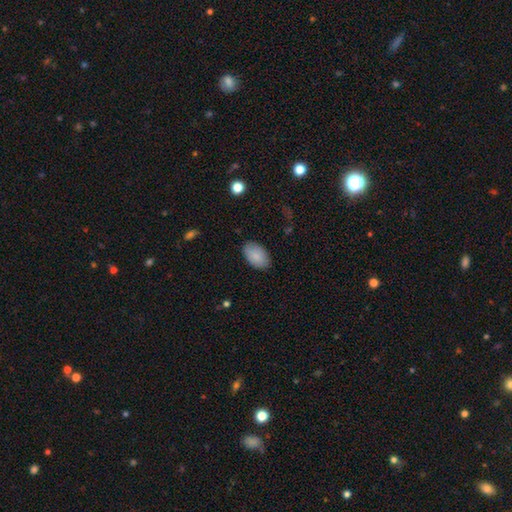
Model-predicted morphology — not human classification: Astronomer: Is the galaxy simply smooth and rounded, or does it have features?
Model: smooth — 87%.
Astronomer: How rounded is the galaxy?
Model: in between — 93%.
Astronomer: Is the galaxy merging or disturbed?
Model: none — 85%.